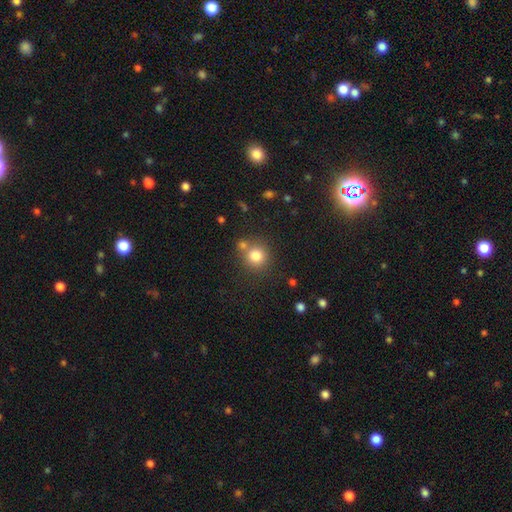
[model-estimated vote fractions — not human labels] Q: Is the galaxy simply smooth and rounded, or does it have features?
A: smooth — 80%.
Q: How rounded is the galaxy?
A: round — 90%.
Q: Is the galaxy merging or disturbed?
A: none — 66%.